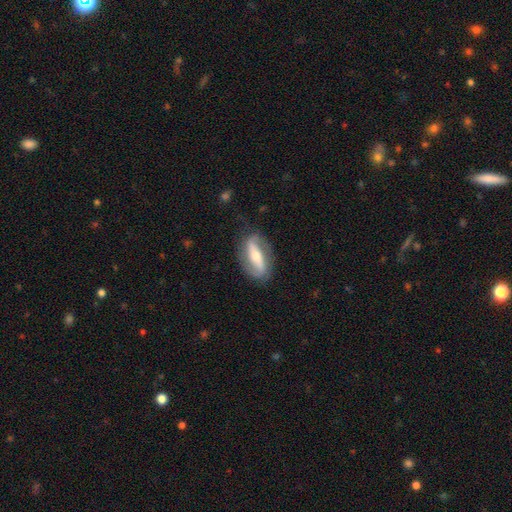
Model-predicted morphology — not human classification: type=featured or disk (81%); edge-on=no (89%); bar=strong (61%); spiral arms=yes (88%); winding=loose (47%); arm count=2 (90%); bulge=moderate (58%); merging=none (82%).